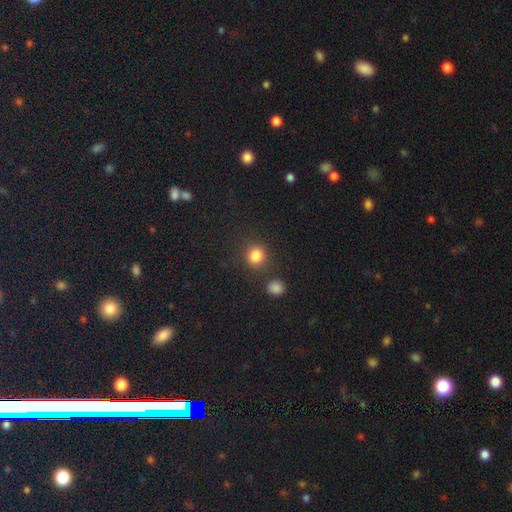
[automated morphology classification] Q: Smooth or featured?
A: smooth (83%); runner-up: star or artifact (12%)
Q: How rounded?
A: round (87%); runner-up: in between (12%)
Q: Merging?
A: none (79%); runner-up: minor disturbance (9%)